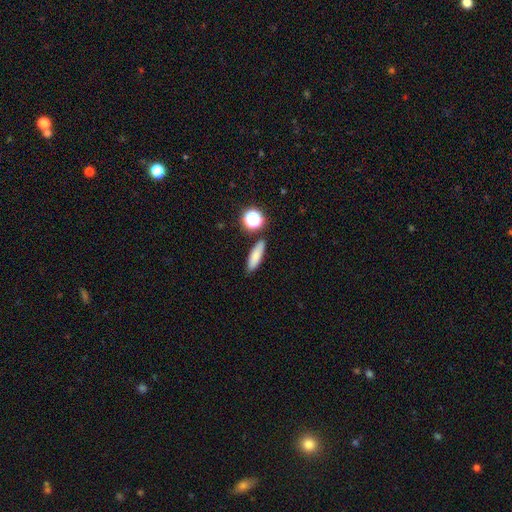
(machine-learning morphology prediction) Smooth or featured? Predicted: smooth (p=0.78). How rounded? Predicted: cigar-shaped (p=0.50). Merging? Predicted: none (p=0.82).